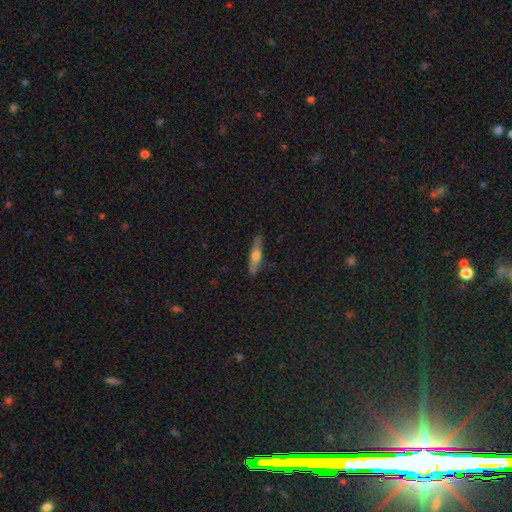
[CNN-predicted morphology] Smooth or featured?
  - smooth: 57% *
  - featured or disk: 37%
  - star or artifact: 6%
How rounded?
  - cigar-shaped: 77% *
  - in between: 21%
  - round: 2%
Merging?
  - none: 84% *
  - minor disturbance: 12%
  - major disturbance: 2%
  - merger: 1%